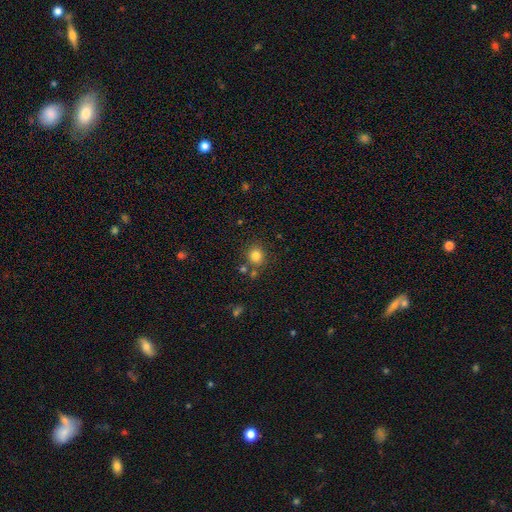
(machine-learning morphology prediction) Overall: smooth (82%). How rounded: round (82%). Merging: none (77%).